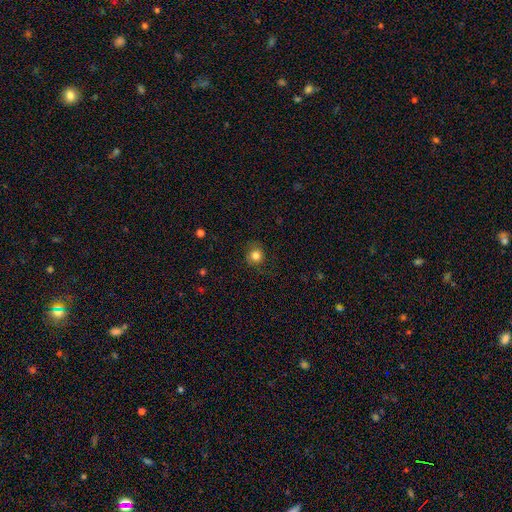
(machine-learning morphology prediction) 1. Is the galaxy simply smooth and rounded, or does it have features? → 82% smooth, 11% star or artifact, 7% featured or disk.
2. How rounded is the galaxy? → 87% round, 12% in between, 1% cigar-shaped.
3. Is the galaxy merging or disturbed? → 78% none, 15% minor disturbance, 6% major disturbance, 1% merger.